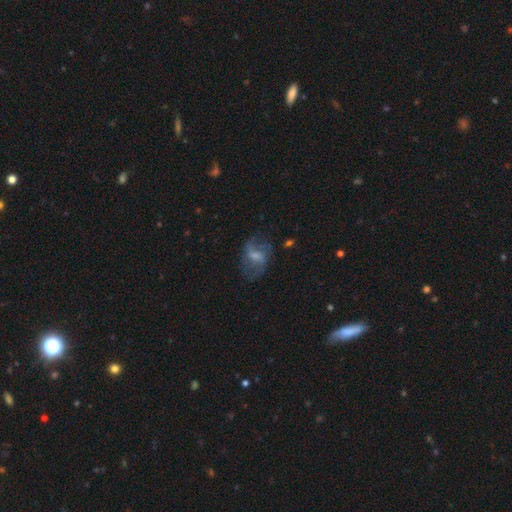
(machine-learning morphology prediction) type=featured or disk (56%); edge-on=no (96%); bar=weak (50%); spiral arms=yes (69%); bulge=moderate (33%); merging=none (49%).